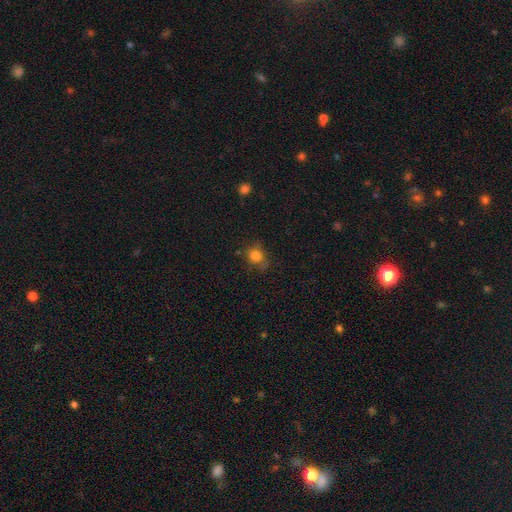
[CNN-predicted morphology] type=smooth (79%); roundness=round (75%); merging=none (67%).